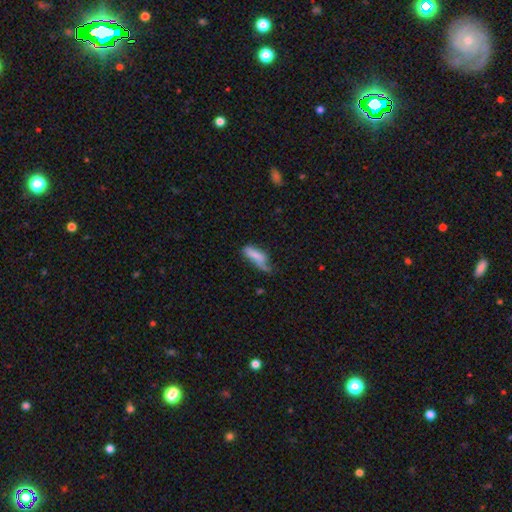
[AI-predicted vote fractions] Smooth or featured? smooth (71%)
How rounded? in between (66%)
Merging? minor disturbance (35%)